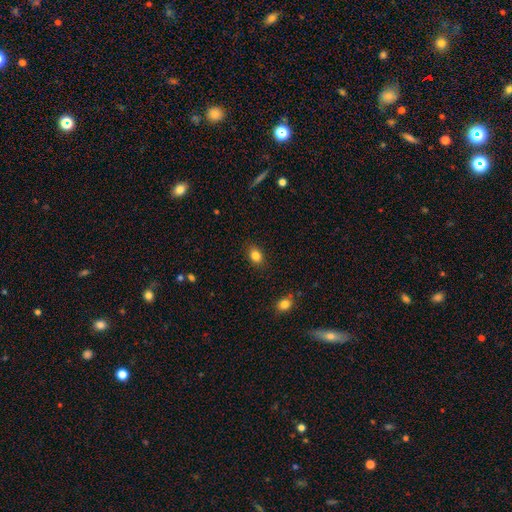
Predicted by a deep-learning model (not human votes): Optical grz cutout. It shows a smooth galaxy with no disk features (84%) that is in between round and cigar-shaped (72%). Merging: none (86%).